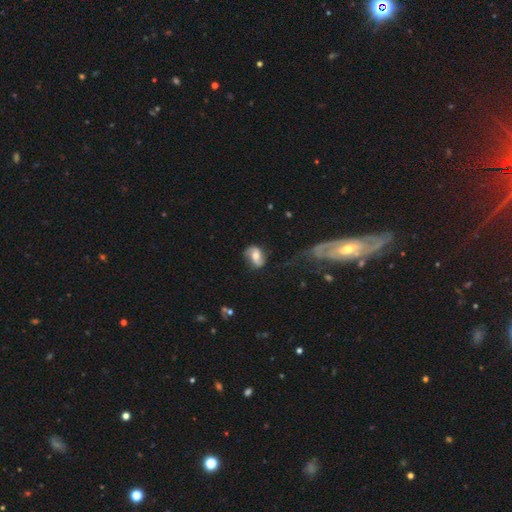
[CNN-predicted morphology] Overall: featured or disk (64%; smooth 29%). Edge-on disk: no (96%). Bar: weak (41%; no 39%). Spiral arms: yes (88%). Spiral arm count: 2 (89%). Spiral winding: loose (48%; medium 37%). Bulge size: moderate (61%). Merging: none (68%).